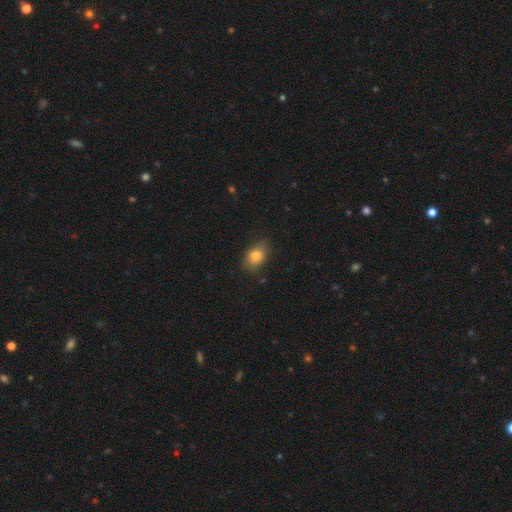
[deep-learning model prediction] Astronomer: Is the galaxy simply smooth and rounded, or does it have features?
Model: smooth — 81%.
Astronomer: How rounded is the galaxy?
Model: in between — 76%.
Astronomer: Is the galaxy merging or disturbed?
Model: none — 76%.